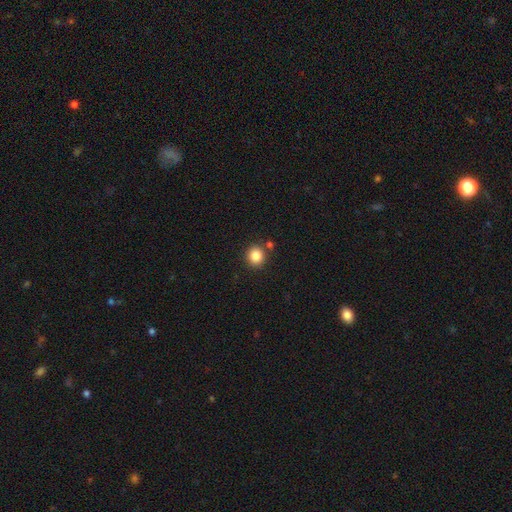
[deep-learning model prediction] smooth-or-featured: smooth: 85% | star or artifact: 11% | featured or disk: 5%
  how-rounded: round: 87% | in between: 12% | cigar-shaped: 1%
  merging: none: 83% | minor disturbance: 7% | merger: 7% | major disturbance: 2%